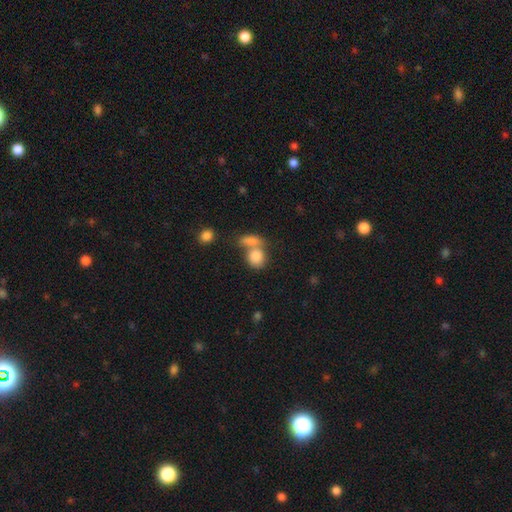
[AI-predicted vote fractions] The model was most divided on "how rounded": round: 55%, in between: 42%, cigar-shaped: 2%. More confident: smooth or featured — smooth (83%); merging — merger (54%).